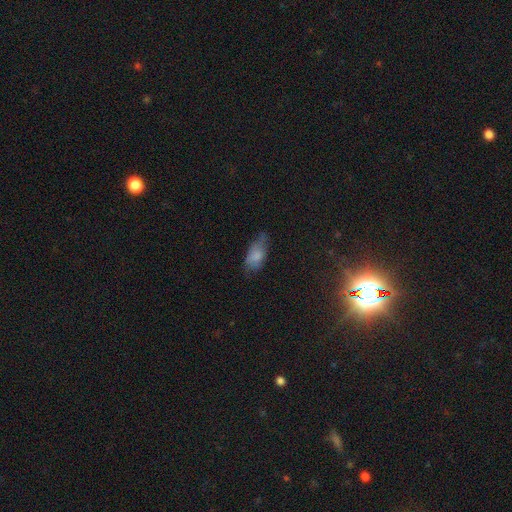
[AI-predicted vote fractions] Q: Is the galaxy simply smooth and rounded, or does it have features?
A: smooth — 76%.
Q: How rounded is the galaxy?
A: in between — 89%.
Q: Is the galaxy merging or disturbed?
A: none — 48%.